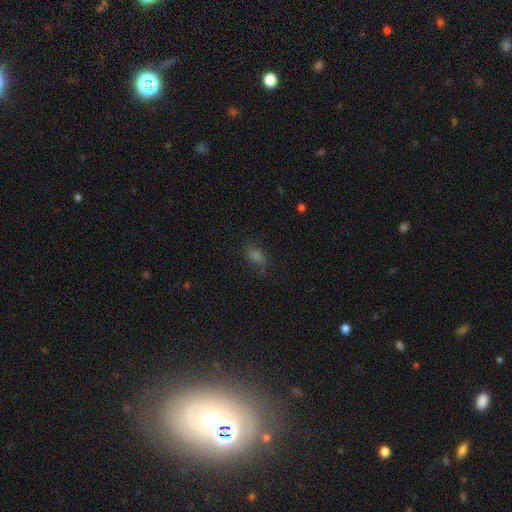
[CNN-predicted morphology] Smooth or featured: smooth — 53% (star or artifact — 29%)
How rounded: in between — 79% (round — 14%)
Merging: none — 62% (minor disturbance — 22%)